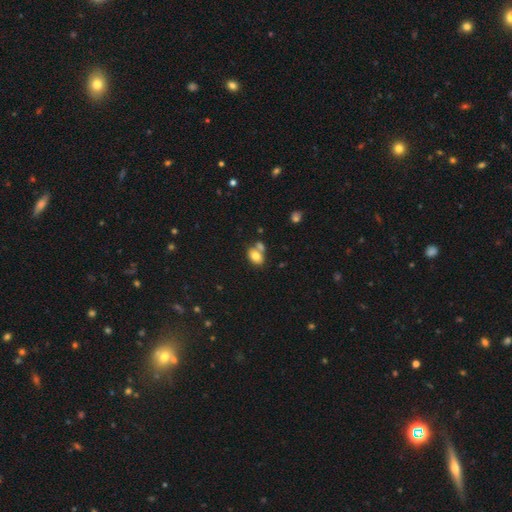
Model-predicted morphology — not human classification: smooth_or_featured: smooth (p=0.78) [alt: featured or disk p=0.13]
how_rounded: in between (p=0.77) [alt: round p=0.21]
merging: none (p=0.46) [alt: merger p=0.37]